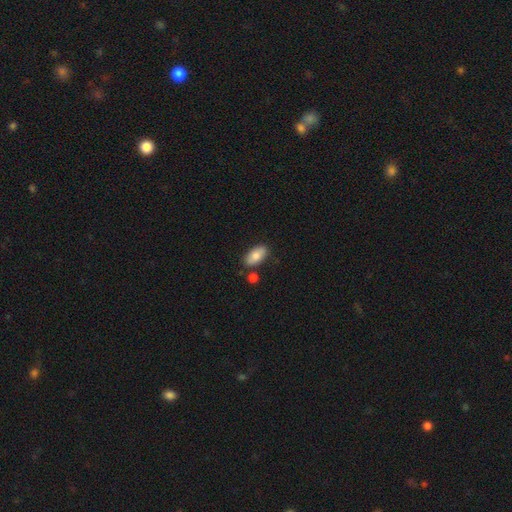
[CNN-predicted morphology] smooth 82%, featured or disk 12%, star or artifact 6%. Down the decision tree: how rounded — in between (93%); merging — none (80%).